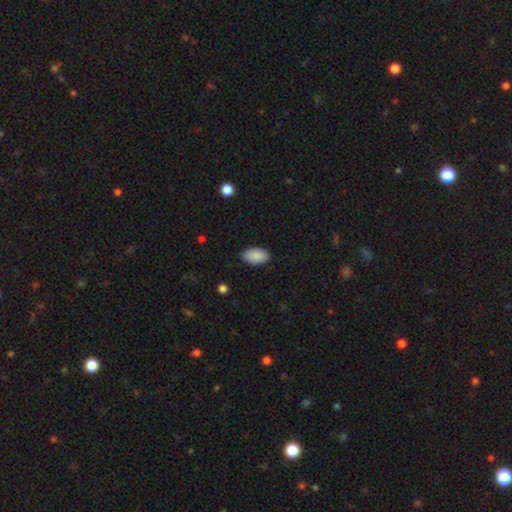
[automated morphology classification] smooth-or-featured: smooth: 89% | star or artifact: 6% | featured or disk: 4%
  how-rounded: in between: 94% | round: 4% | cigar-shaped: 1%
  merging: none: 85% | minor disturbance: 11% | major disturbance: 2% | merger: 1%